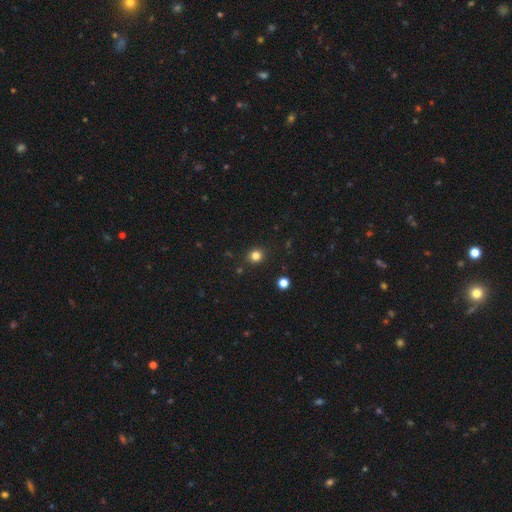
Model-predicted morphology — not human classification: Smooth or featured: smooth — 81% (star or artifact — 14%)
How rounded: round — 82% (in between — 17%)
Merging: none — 89% (minor disturbance — 7%)